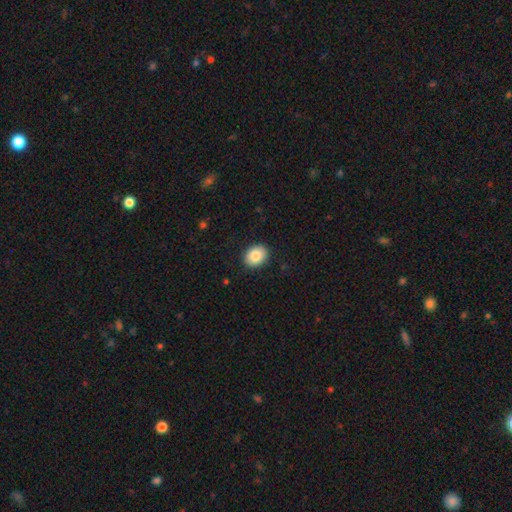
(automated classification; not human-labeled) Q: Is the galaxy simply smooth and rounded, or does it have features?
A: smooth — 85%.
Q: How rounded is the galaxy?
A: in between — 55%.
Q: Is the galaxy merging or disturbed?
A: none — 90%.